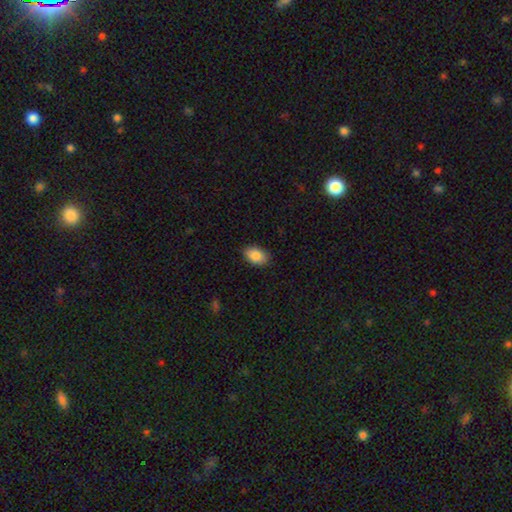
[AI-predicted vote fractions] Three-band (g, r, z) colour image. It shows a smooth galaxy with no disk features (88%) that is in between round and cigar-shaped (88%). Merging: none (86%).